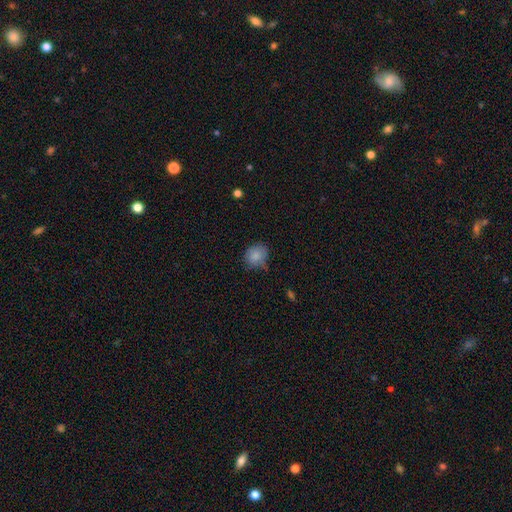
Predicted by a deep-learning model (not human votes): Smooth or featured: smooth — 84% (star or artifact — 9%)
How rounded: round — 64% (in between — 35%)
Merging: none — 63% (minor disturbance — 29%)